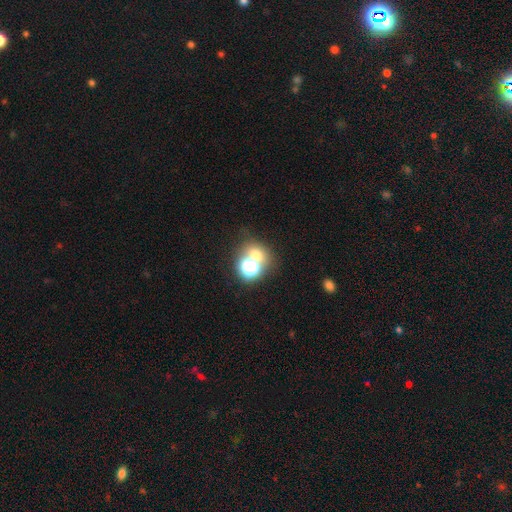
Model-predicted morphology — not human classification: Smooth or featured? smooth (57%)
How rounded? round (72%)
Merging? none (55%)